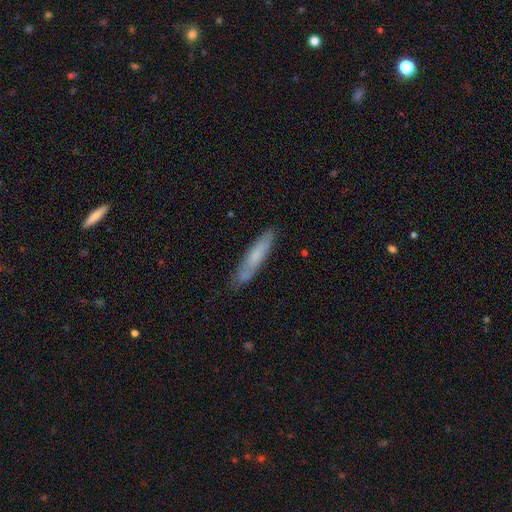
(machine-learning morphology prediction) A smooth galaxy with no disk features (65%) that is cigar-shaped (88%).

Vote fractions:
- Smooth or featured? smooth: 65% / featured or disk: 28% / star or artifact: 7%
- How rounded? cigar-shaped: 88% / in between: 11% / round: 1%
- Merging? none: 79% / minor disturbance: 16% / major disturbance: 3% / merger: 2%